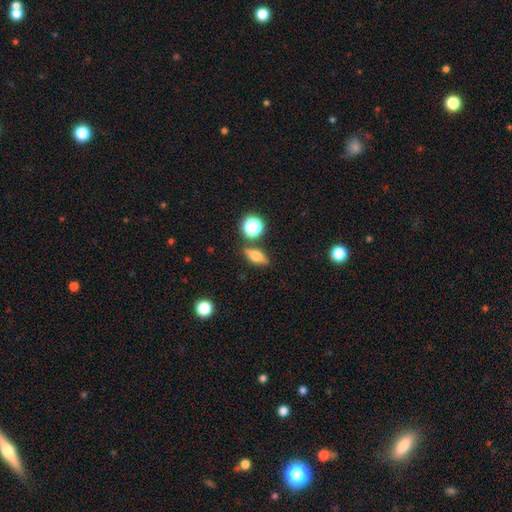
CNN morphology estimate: smooth 57%, featured or disk 31%, star or artifact 12%. Down the decision tree: how rounded — in between (53%); merging — none (80%).